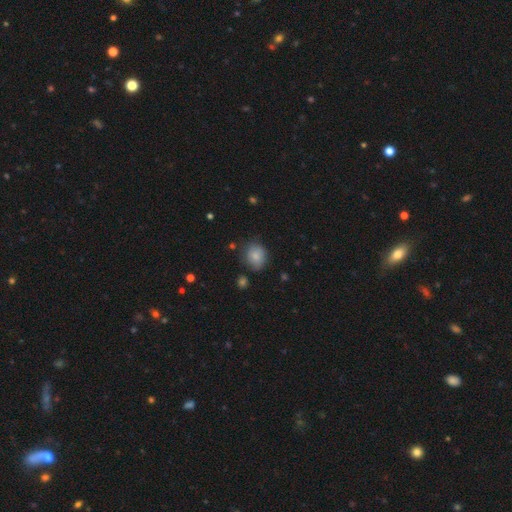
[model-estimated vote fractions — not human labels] A smooth galaxy with no disk features (83%) that is round (62%).

Vote fractions:
- Smooth or featured? smooth: 83% / star or artifact: 9% / featured or disk: 8%
- How rounded? round: 62% / in between: 36% / cigar-shaped: 1%
- Merging? none: 73% / minor disturbance: 19% / major disturbance: 5% / merger: 2%